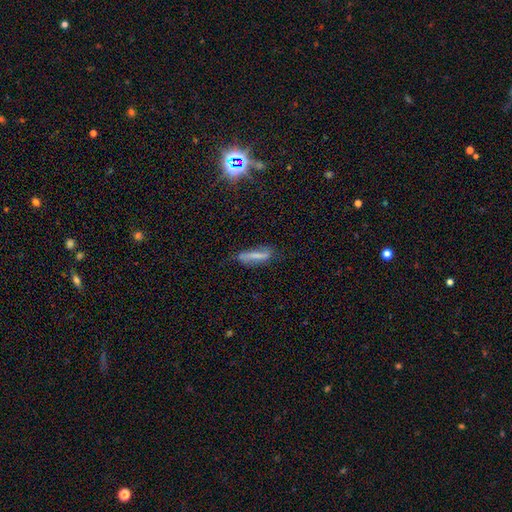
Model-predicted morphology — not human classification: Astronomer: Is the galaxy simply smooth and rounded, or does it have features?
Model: smooth — 56% (runner-up: featured or disk, 32%).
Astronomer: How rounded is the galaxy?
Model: cigar-shaped — 70%.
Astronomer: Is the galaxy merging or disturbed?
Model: none — 62%.